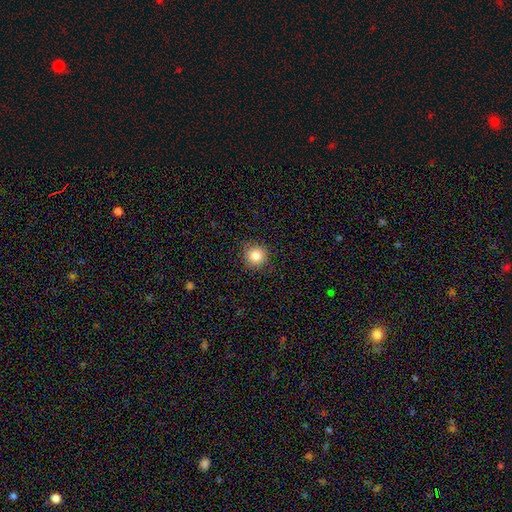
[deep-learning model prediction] A smooth galaxy with no disk features (84%) that is round (94%). Merging: none (88%).